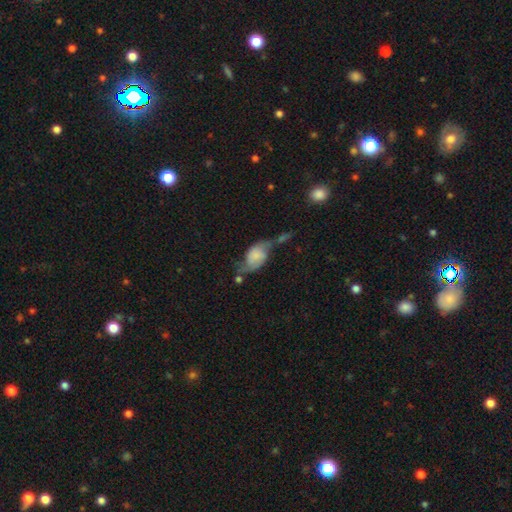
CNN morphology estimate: Smooth or featured? featured or disk (62%)
Edge-on disk? no (94%)
Bar? no (65%)
Spiral arms? yes (87%)
Spiral winding? loose (71%)
Spiral arm count? 2 (90%)
Bulge size? none (43%)
Merging? none (33%)